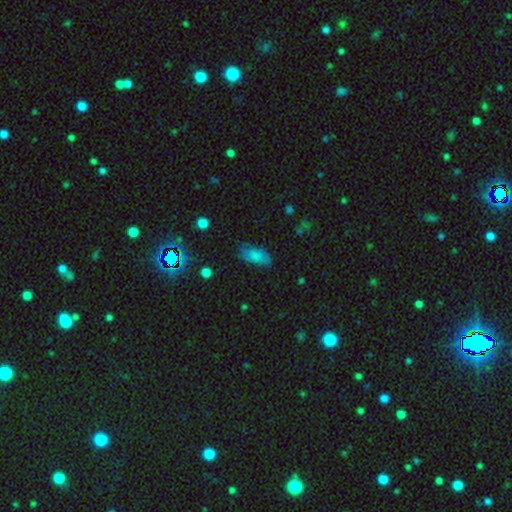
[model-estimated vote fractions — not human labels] The model was most divided on "merging": none: 63%, minor disturbance: 26%, major disturbance: 8%, merger: 2%. More confident: how rounded — in between (89%); smooth or featured — smooth (76%).